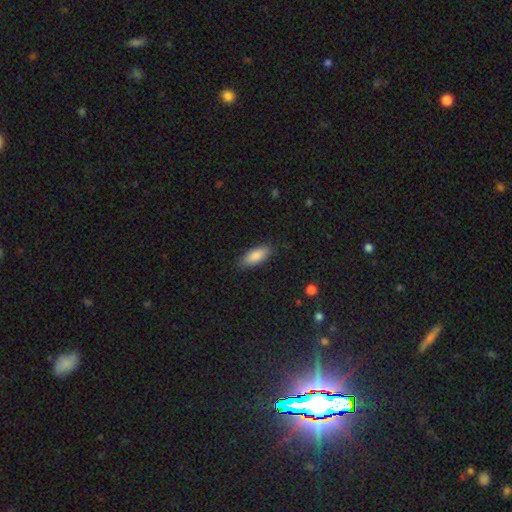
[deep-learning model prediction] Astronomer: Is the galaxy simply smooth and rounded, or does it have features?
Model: smooth — 87%.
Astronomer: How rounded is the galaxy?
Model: in between — 78%.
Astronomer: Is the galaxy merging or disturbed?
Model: none — 85%.